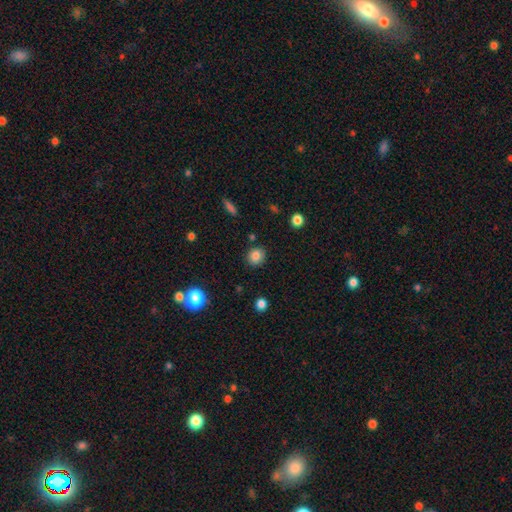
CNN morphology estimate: A smooth galaxy with no disk features (83%) that is round (81%).

Vote fractions:
- Smooth or featured? smooth: 83% / star or artifact: 11% / featured or disk: 7%
- How rounded? round: 81% / in between: 18% / cigar-shaped: 1%
- Merging? none: 86% / minor disturbance: 9% / merger: 2% / major disturbance: 2%